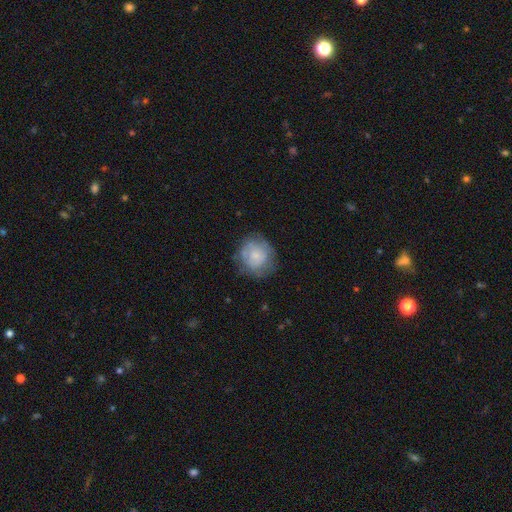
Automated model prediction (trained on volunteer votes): Smooth or featured?
  - smooth: 61% *
  - featured or disk: 31%
  - star or artifact: 8%
How rounded?
  - round: 85% *
  - in between: 14%
  - cigar-shaped: 1%
Merging?
  - none: 66% *
  - minor disturbance: 22%
  - major disturbance: 10%
  - merger: 2%